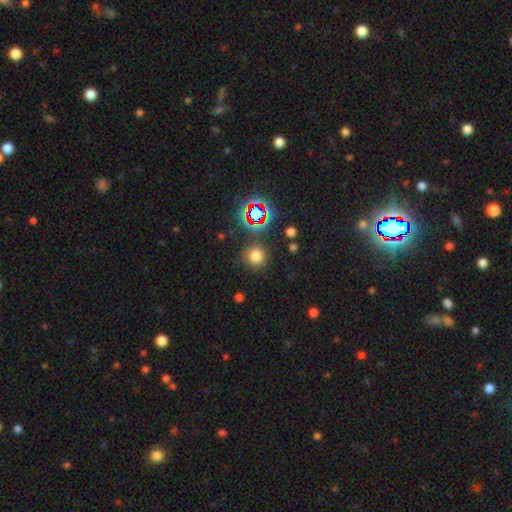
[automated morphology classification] Smooth or featured? Predicted: smooth (p=0.72). How rounded? Predicted: round (p=0.94). Merging? Predicted: none (p=0.85).